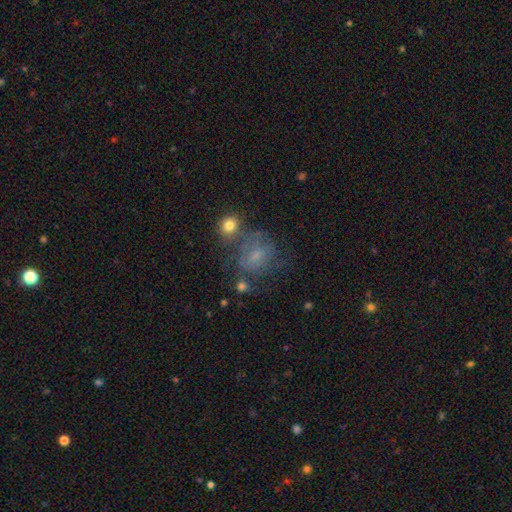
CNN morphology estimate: The model was most divided on "smooth or featured": smooth: 46%, featured or disk: 41%, star or artifact: 13%. Remaining: merging — none (46%).